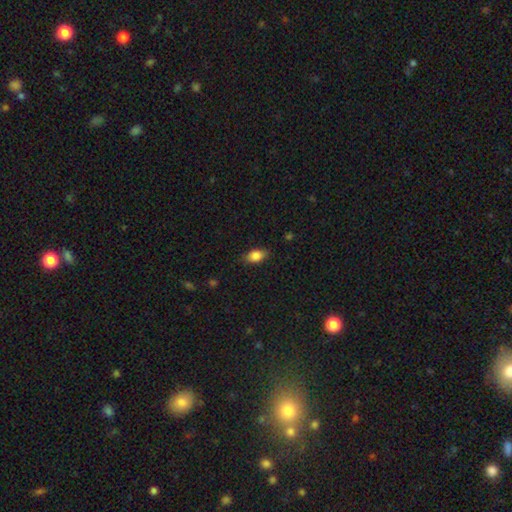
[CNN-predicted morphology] Smooth or featured? Predicted: smooth (p=0.85). How rounded? Predicted: in between (p=0.85). Merging? Predicted: none (p=0.80).